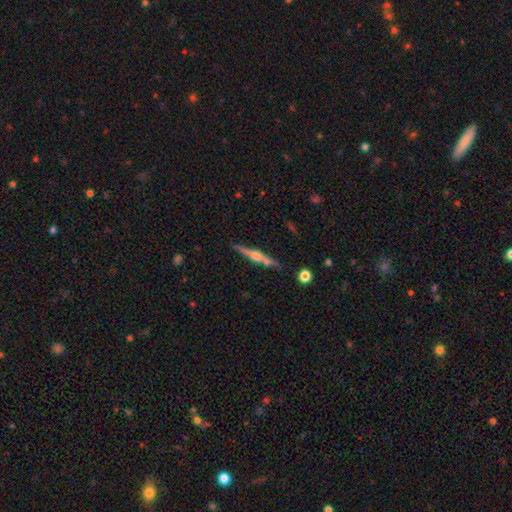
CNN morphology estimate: smooth-or-featured: featured or disk: 70% | smooth: 24% | star or artifact: 7%
  disk-edge-on: yes: 97% | no: 3%
    edge-on-bulge: rounded: 81% | boxy: 11% | none: 7%
  merging: none: 78% | minor disturbance: 12% | merger: 7% | major disturbance: 3%